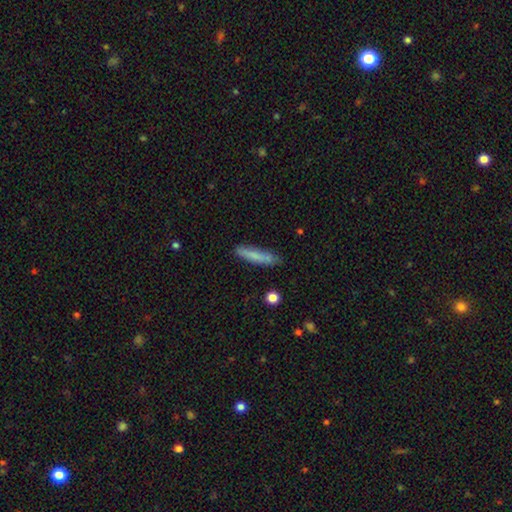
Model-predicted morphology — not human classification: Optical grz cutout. It shows a smooth galaxy with no disk features (77%) that is cigar-shaped (87%). Merging: none (79%).